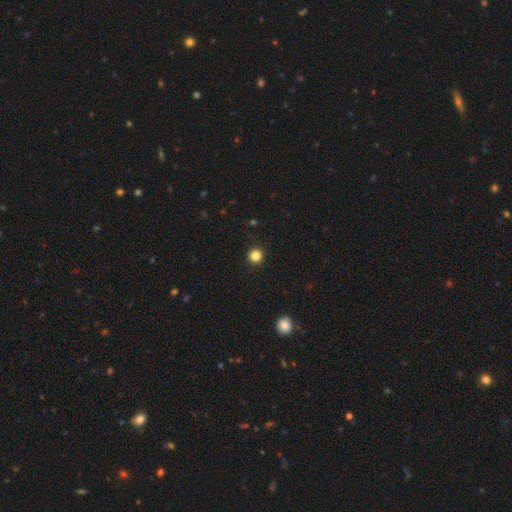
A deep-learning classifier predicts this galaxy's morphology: smooth-or-featured: smooth: 84% | star or artifact: 12% | featured or disk: 4%
  how-rounded: round: 96% | in between: 4% | cigar-shaped: 1%
  merging: none: 93% | minor disturbance: 4% | major disturbance: 2% | merger: 1%